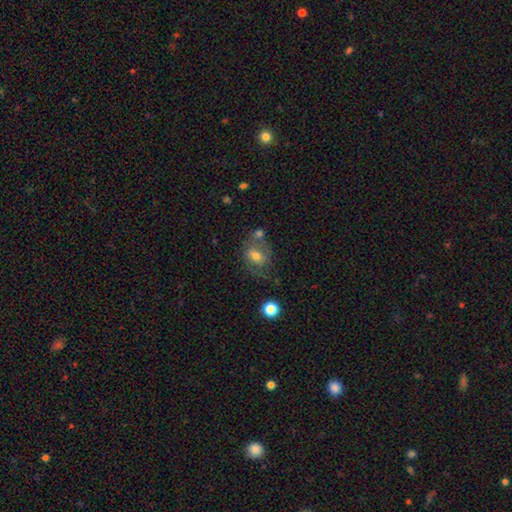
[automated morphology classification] Smooth or featured? smooth (52%)
How rounded? in between (52%)
Merging? none (47%)